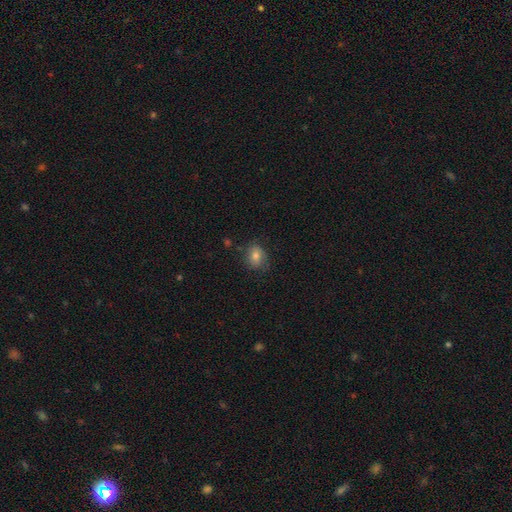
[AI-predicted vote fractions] smooth-or-featured: smooth: 73% | featured or disk: 16% | star or artifact: 11%
  how-rounded: round: 56% | in between: 43% | cigar-shaped: 1%
  merging: none: 71% | minor disturbance: 20% | major disturbance: 6% | merger: 2%